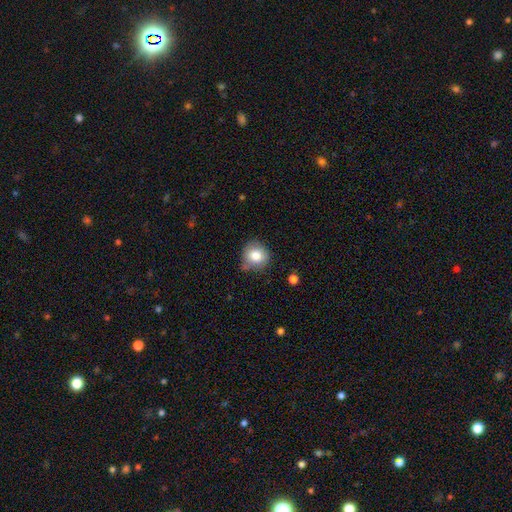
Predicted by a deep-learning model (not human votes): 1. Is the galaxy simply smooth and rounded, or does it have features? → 82% smooth, 9% star or artifact, 9% featured or disk.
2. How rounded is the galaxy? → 86% round, 14% in between, 1% cigar-shaped.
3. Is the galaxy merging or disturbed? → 69% none, 22% minor disturbance, 5% major disturbance, 4% merger.